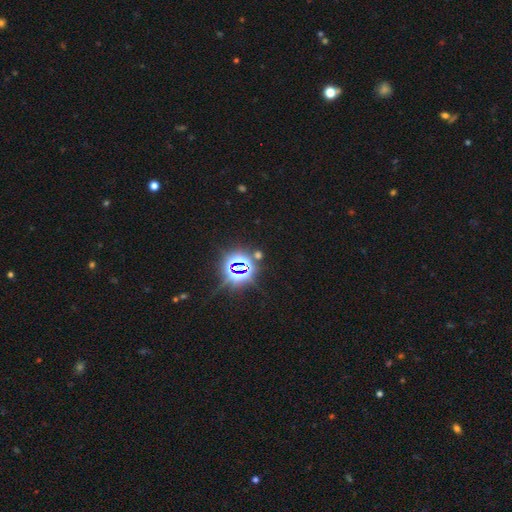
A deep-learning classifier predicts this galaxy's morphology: Smooth or featured?
  - star or artifact: 81% *
  - smooth: 11%
  - featured or disk: 8%